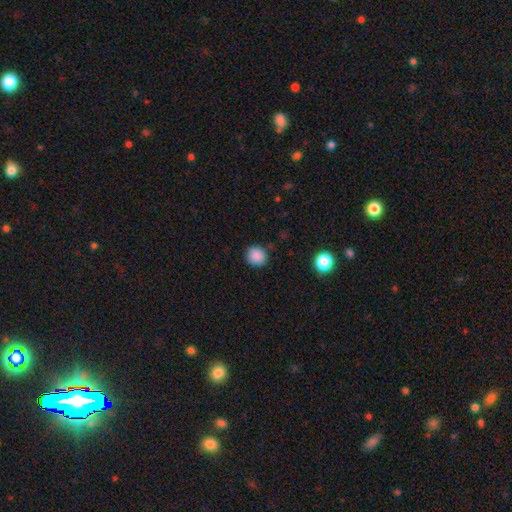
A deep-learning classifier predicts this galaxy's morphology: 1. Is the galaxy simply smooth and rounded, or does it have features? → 87% smooth, 10% star or artifact, 3% featured or disk.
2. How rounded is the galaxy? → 88% round, 11% in between, 1% cigar-shaped.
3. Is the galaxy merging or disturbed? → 87% none, 9% minor disturbance, 2% major disturbance, 1% merger.